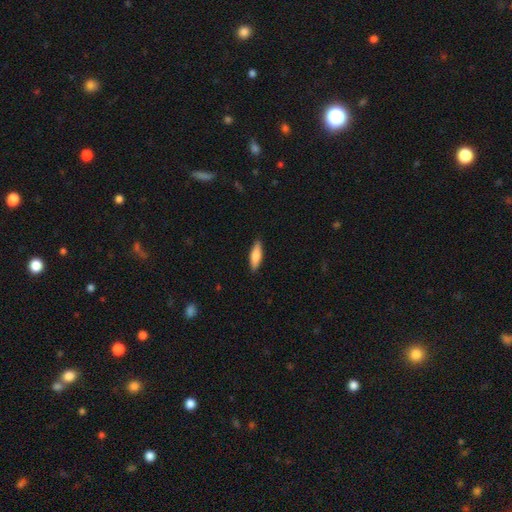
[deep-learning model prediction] Morphology: type=smooth (76%); roundness=cigar-shaped (59%); merging=none (88%).